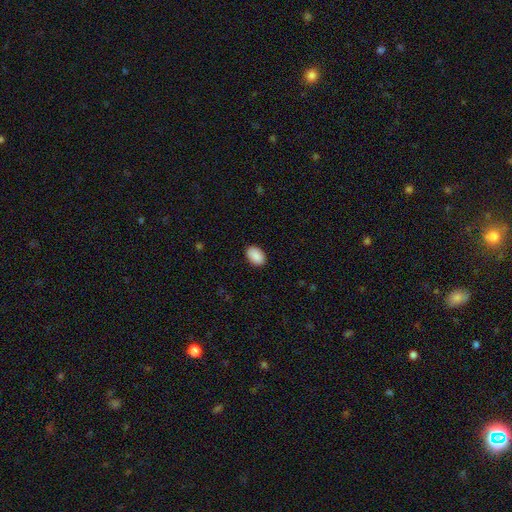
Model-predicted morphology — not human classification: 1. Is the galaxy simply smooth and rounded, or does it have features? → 91% smooth, 7% star or artifact, 3% featured or disk.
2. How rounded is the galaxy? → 87% in between, 11% round, 1% cigar-shaped.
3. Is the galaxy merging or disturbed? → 89% none, 8% minor disturbance, 2% major disturbance, 1% merger.